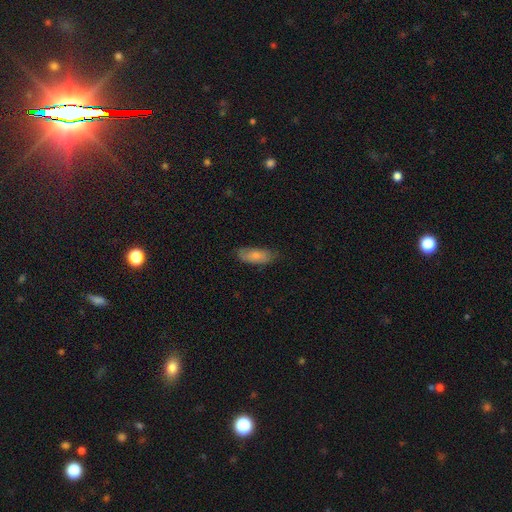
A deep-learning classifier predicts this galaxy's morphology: Smooth or featured: smooth — 79% (featured or disk — 15%)
How rounded: in between — 76% (cigar-shaped — 22%)
Merging: none — 74% (minor disturbance — 21%)